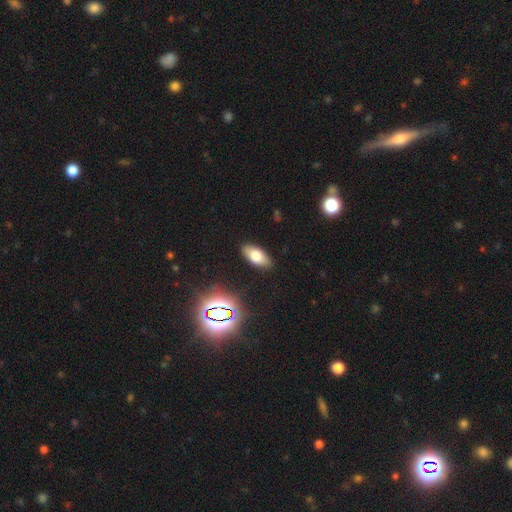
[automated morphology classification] Q: Smooth or featured?
A: smooth (74%); runner-up: featured or disk (15%)
Q: How rounded?
A: in between (89%); runner-up: cigar-shaped (8%)
Q: Merging?
A: none (88%); runner-up: minor disturbance (9%)